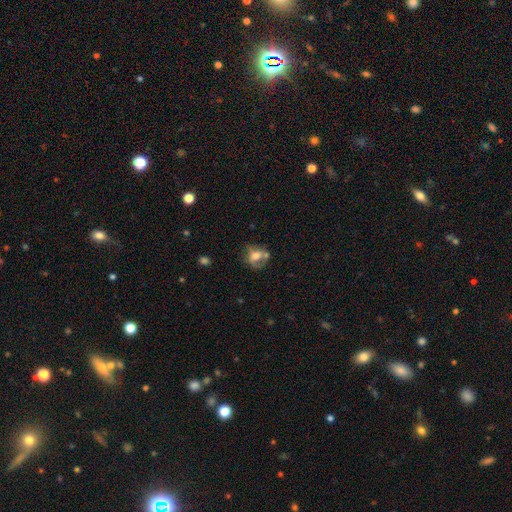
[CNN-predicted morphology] This is possibly a smooth galaxy (53%). How rounded: likely round (60%). Merging: marginally none (42%).